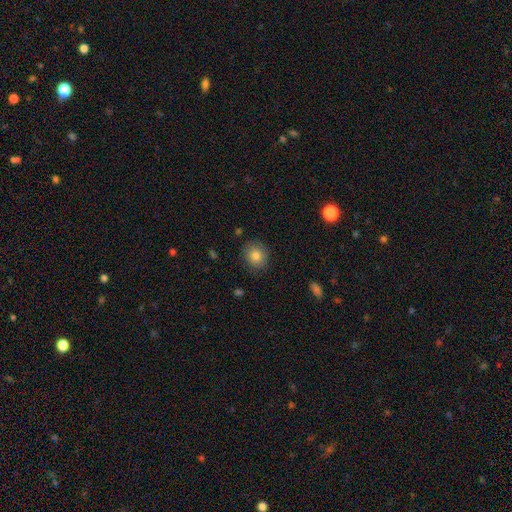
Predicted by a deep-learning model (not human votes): Q: Smooth or featured?
A: smooth (82%); runner-up: star or artifact (10%)
Q: How rounded?
A: round (80%); runner-up: in between (19%)
Q: Merging?
A: none (87%); runner-up: minor disturbance (9%)